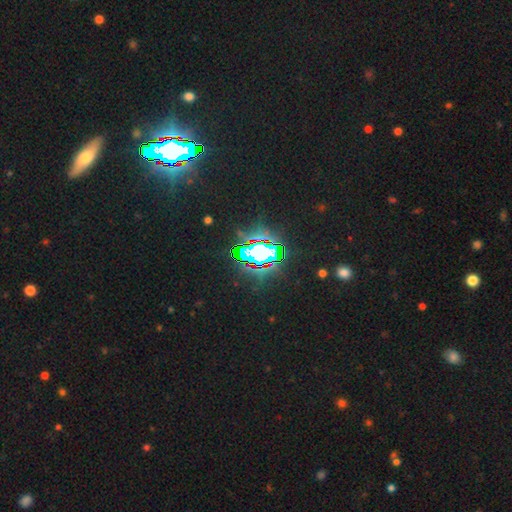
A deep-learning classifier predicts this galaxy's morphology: star or artifact 84%, smooth 9%, featured or disk 7%.